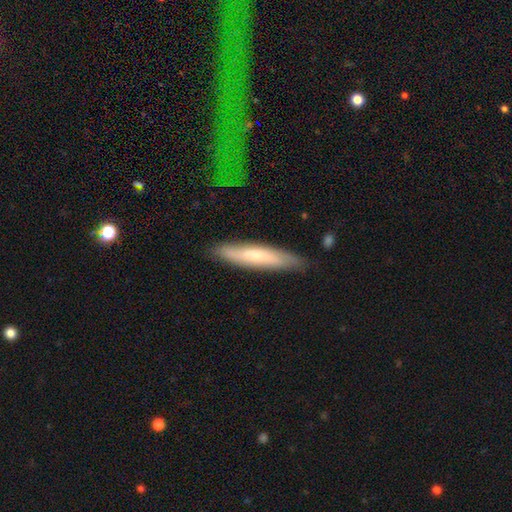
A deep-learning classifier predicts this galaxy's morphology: A smooth galaxy with no disk features (62%) that is cigar-shaped (88%). Merging: none (83%).